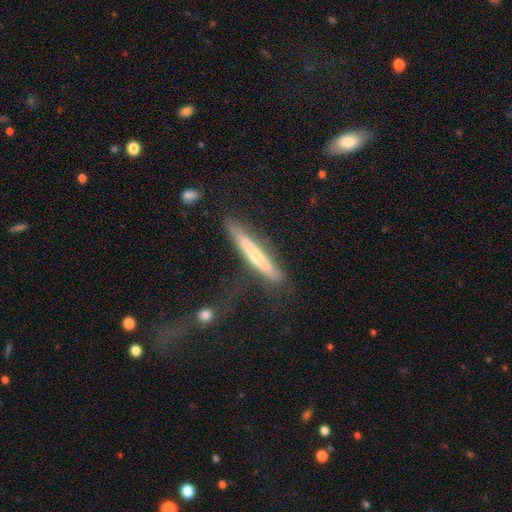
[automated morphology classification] Smooth or featured: smooth — 48% (featured or disk — 45%)
Merging: none — 68% (minor disturbance — 19%)